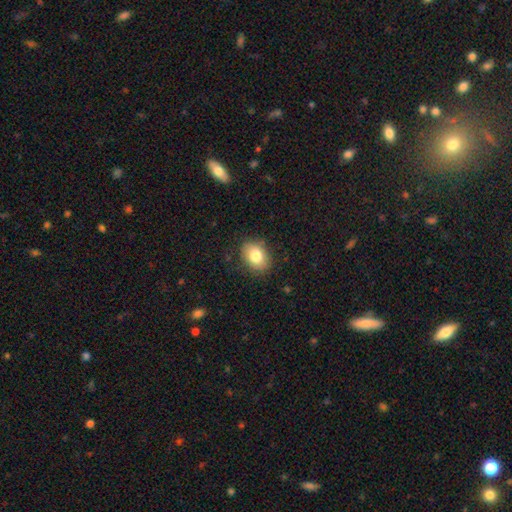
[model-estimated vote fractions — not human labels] Morphology: type=smooth (82%); roundness=in between (70%); merging=none (83%).